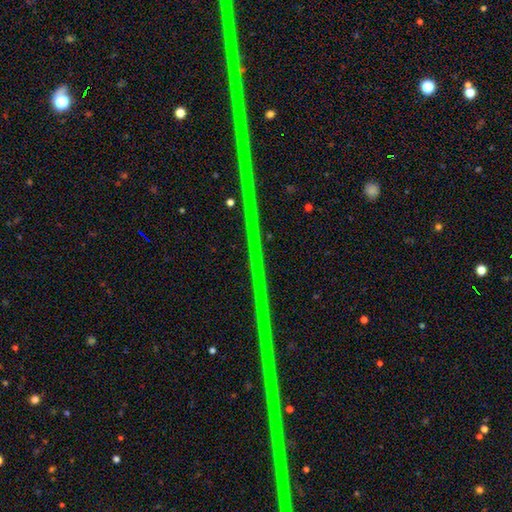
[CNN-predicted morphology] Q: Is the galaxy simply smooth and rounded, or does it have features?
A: star or artifact — 89%.